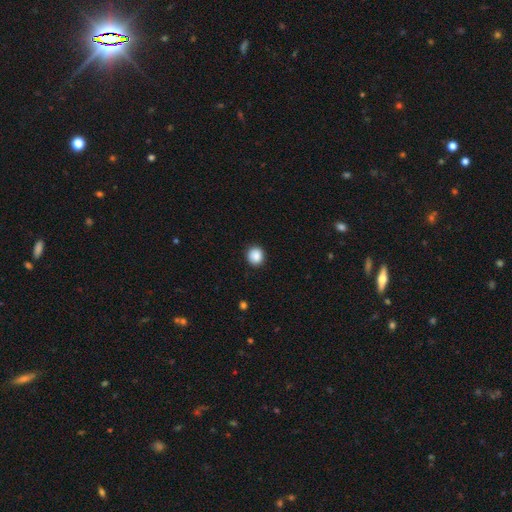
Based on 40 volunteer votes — A smooth galaxy with no disk features (82%) that is round (85%). Merging: none (92%).